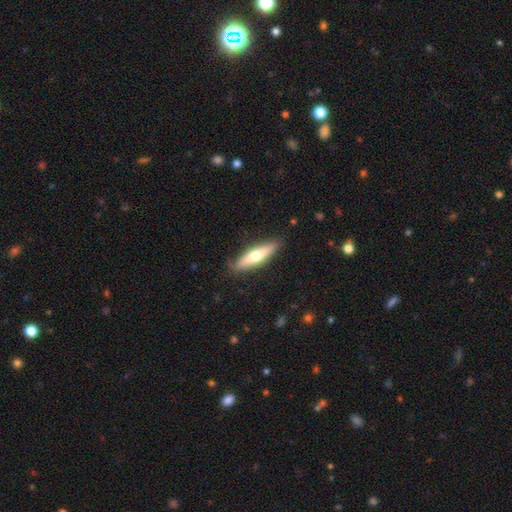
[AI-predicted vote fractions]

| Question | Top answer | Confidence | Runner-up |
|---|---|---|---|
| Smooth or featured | smooth | 53% | featured or disk (42%) |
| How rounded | cigar-shaped | 73% | in between (25%) |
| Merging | none | 85% | minor disturbance (11%) |